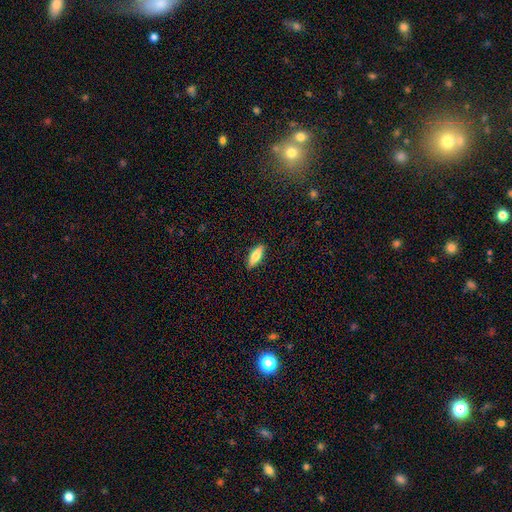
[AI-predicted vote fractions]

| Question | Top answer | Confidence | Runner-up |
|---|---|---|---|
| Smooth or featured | smooth | 75% | featured or disk (19%) |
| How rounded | in between | 59% | cigar-shaped (39%) |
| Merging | none | 87% | minor disturbance (10%) |